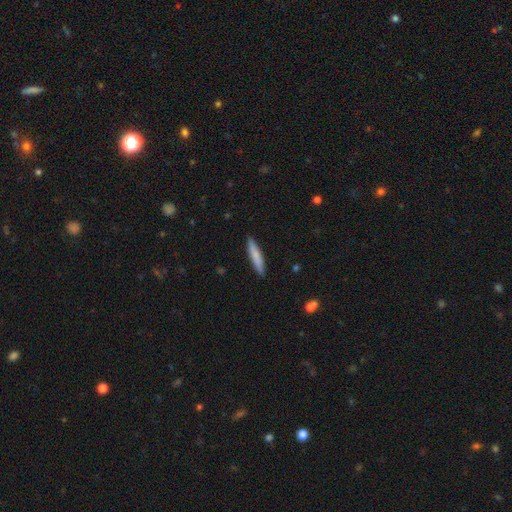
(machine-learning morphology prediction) Smooth or featured: smooth — 76% (featured or disk — 18%)
How rounded: cigar-shaped — 90% (in between — 9%)
Merging: none — 90% (minor disturbance — 7%)